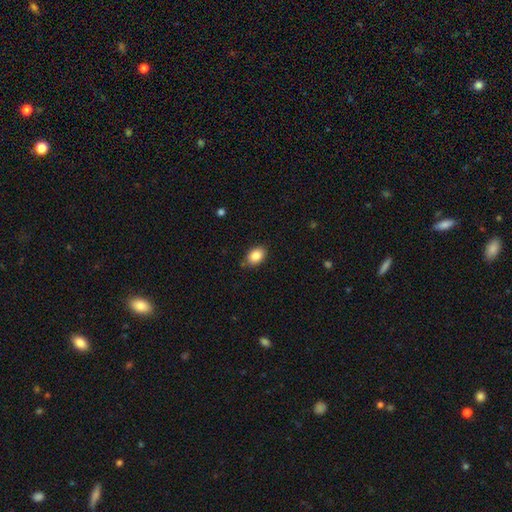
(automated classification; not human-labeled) The model was most divided on "how rounded": in between: 81%, round: 17%, cigar-shaped: 1%. More confident: smooth or featured — smooth (87%); merging — none (83%).